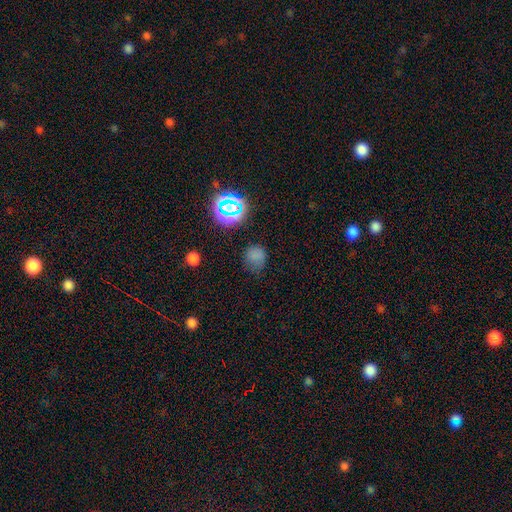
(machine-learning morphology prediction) Smooth or featured? Predicted: smooth (p=0.67). How rounded? Predicted: round (p=0.79). Merging? Predicted: none (p=0.72).